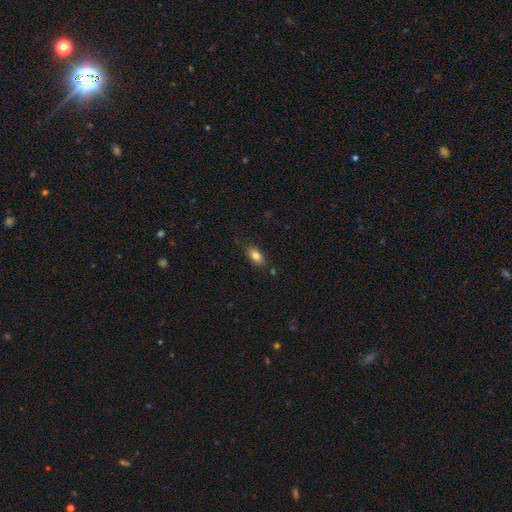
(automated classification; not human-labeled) The model was most divided on "merging": none: 73%, minor disturbance: 19%, major disturbance: 4%, merger: 4%. More confident: how rounded — in between (87%); smooth or featured — smooth (81%).